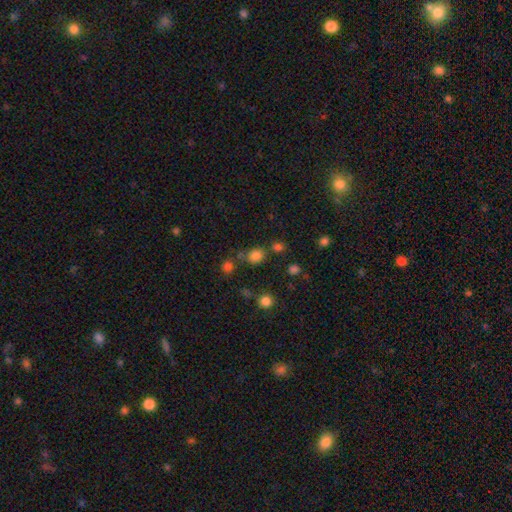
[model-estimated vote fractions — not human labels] Q: Smooth or featured?
A: smooth (78%); runner-up: star or artifact (17%)
Q: How rounded?
A: round (65%); runner-up: in between (34%)
Q: Merging?
A: none (69%); runner-up: merger (13%)